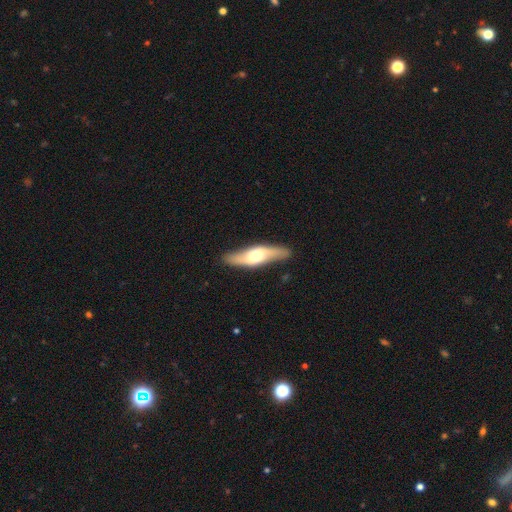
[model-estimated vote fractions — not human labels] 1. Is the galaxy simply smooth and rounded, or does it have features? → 57% featured or disk, 38% smooth, 5% star or artifact.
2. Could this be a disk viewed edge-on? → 63% yes, 37% no.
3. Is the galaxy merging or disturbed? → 85% none, 11% minor disturbance, 2% major disturbance, 1% merger.